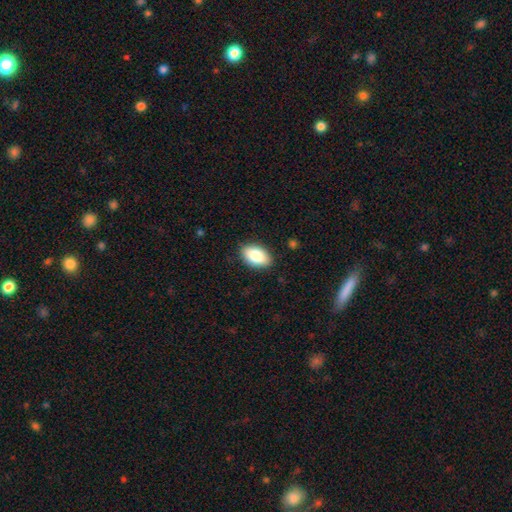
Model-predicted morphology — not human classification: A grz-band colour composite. It shows a smooth galaxy with no disk features (85%) that is in between round and cigar-shaped (91%). Merging: none (87%).